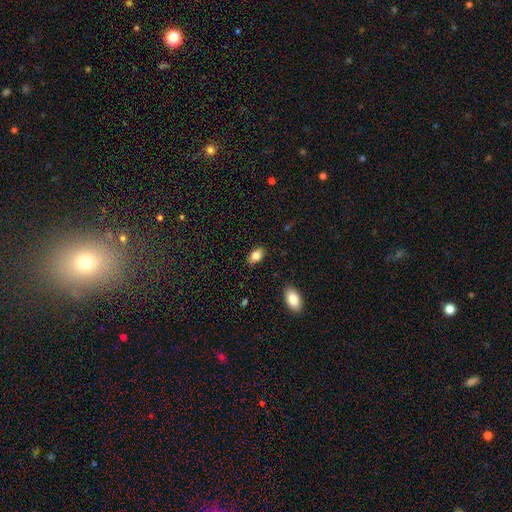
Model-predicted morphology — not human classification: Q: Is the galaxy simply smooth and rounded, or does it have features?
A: smooth — 81%.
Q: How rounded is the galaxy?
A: in between — 90%.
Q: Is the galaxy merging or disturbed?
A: none — 87%.